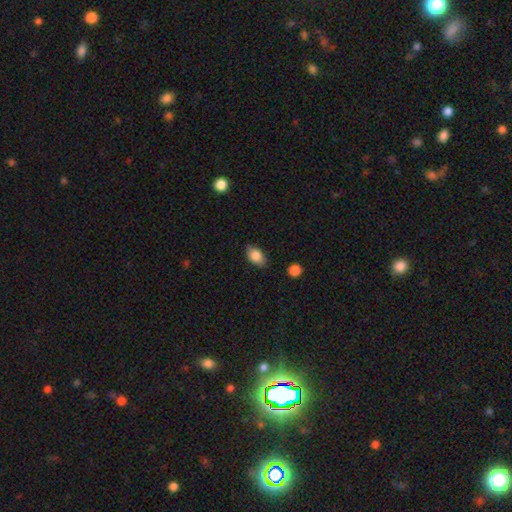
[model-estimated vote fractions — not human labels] A smooth galaxy with no disk features (83%) that is in between round and cigar-shaped (89%).

Vote fractions:
- Smooth or featured? smooth: 83% / featured or disk: 10% / star or artifact: 7%
- How rounded? in between: 89% / round: 9% / cigar-shaped: 2%
- Merging? none: 82% / minor disturbance: 14% / major disturbance: 3% / merger: 1%